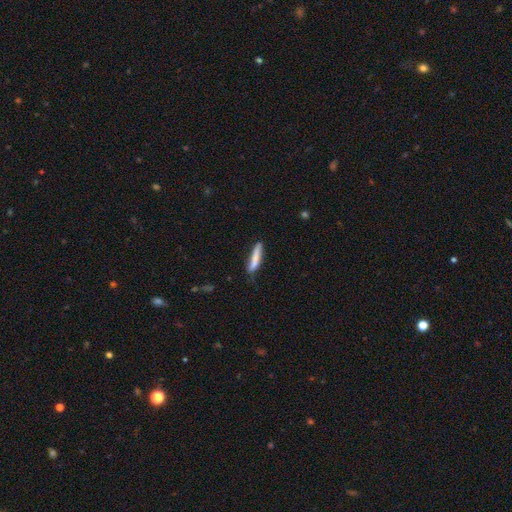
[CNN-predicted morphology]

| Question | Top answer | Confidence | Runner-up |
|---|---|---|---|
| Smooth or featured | smooth | 74% | featured or disk (19%) |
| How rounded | cigar-shaped | 91% | in between (7%) |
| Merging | none | 73% | minor disturbance (21%) |